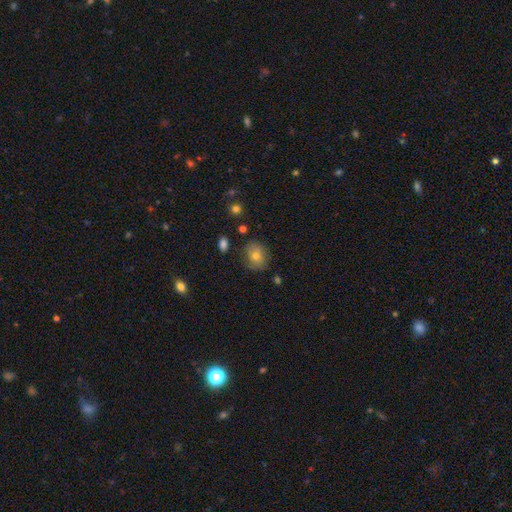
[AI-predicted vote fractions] smooth_or_featured: smooth (p=0.74) [alt: featured or disk p=0.16]
how_rounded: round (p=0.54) [alt: in between p=0.45]
merging: none (p=0.75) [alt: minor disturbance p=0.18]